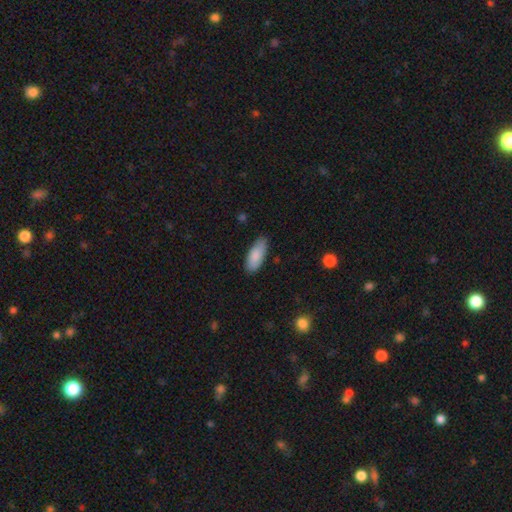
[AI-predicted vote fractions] A smooth galaxy with no disk features (87%) that is in between round and cigar-shaped (80%). Merging: none (80%).